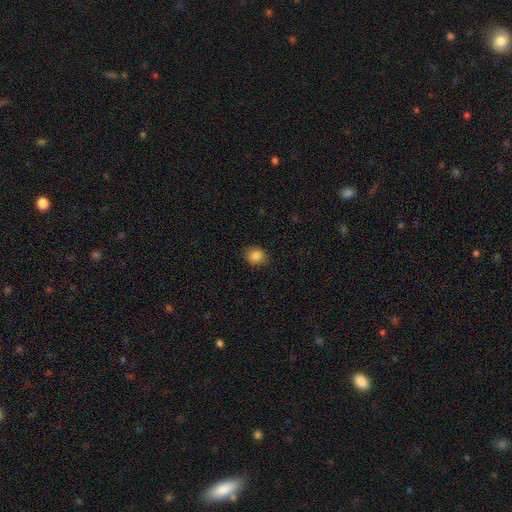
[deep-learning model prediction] This is clearly a smooth galaxy (86%). How rounded: likely round (71%). Merging: clearly none (87%).